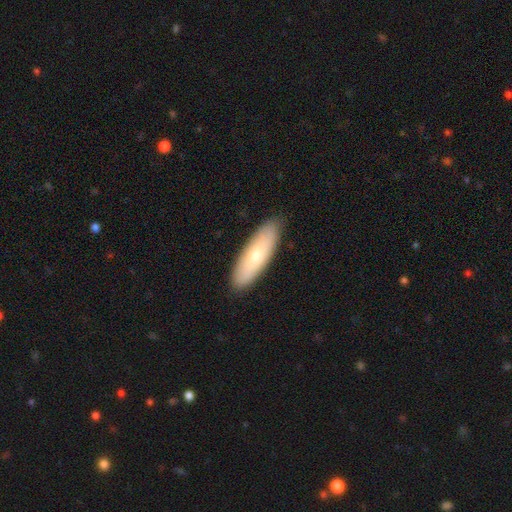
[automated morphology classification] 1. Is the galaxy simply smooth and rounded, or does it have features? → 70% smooth, 24% featured or disk, 6% star or artifact.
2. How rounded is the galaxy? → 49% in between (tied), 49% cigar-shaped (tied), 2% round.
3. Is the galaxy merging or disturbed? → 87% none, 10% minor disturbance, 2% major disturbance, 1% merger.